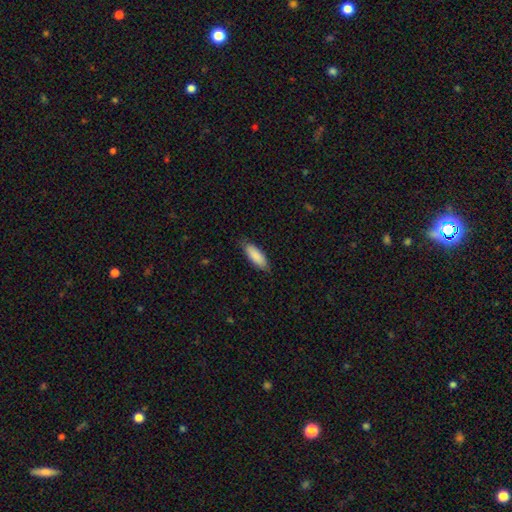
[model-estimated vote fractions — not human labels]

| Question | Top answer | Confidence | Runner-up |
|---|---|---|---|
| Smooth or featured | smooth | 88% | featured or disk (7%) |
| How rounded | in between | 70% | cigar-shaped (29%) |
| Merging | none | 80% | minor disturbance (17%) |